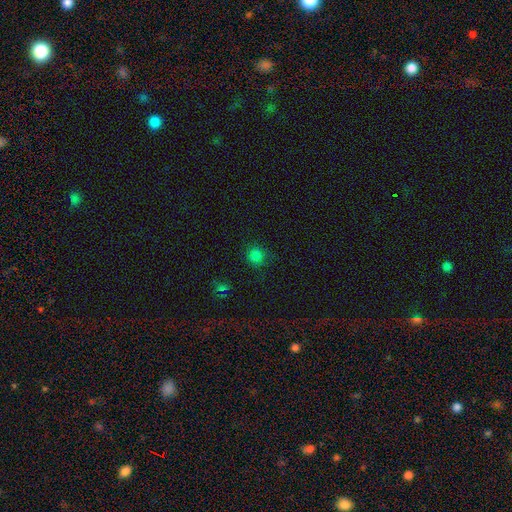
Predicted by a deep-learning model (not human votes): A smooth galaxy with no disk features (79%) that is round (92%). Merging: none (83%).